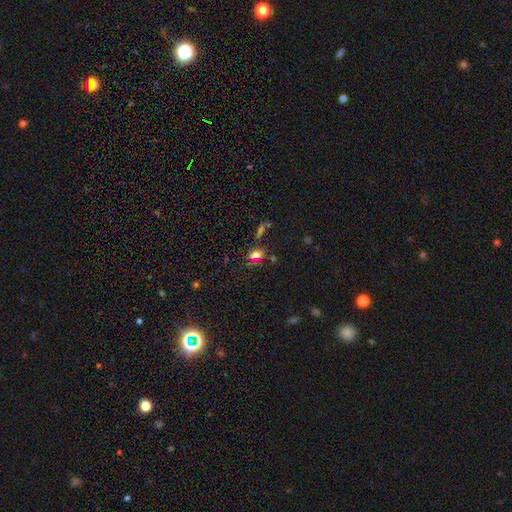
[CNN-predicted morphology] A smooth galaxy with no disk features (58%) that is in between round and cigar-shaped (70%).

Vote fractions:
- Smooth or featured? smooth: 58% / star or artifact: 29% / featured or disk: 13%
- How rounded? in between: 70% / round: 25% / cigar-shaped: 6%
- Merging? none: 65% / minor disturbance: 15% / merger: 11% / major disturbance: 8%